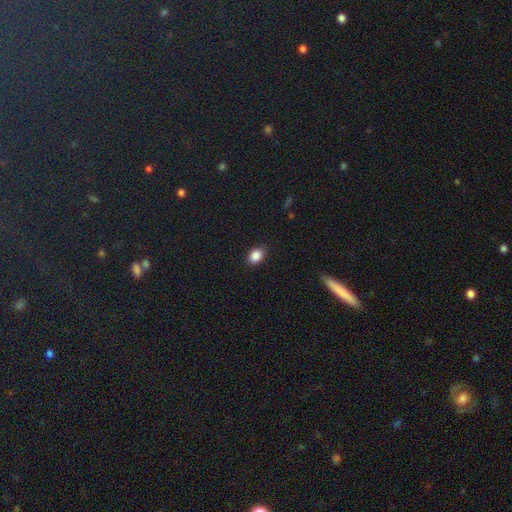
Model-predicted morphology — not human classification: This is clearly a smooth galaxy (87%). How rounded: likely in between (73%). Merging: clearly none (88%).